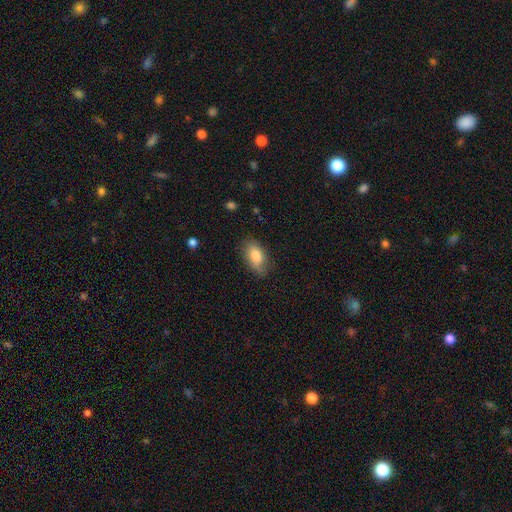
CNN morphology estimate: smooth-or-featured: smooth: 81% | featured or disk: 13% | star or artifact: 7%
  how-rounded: in between: 91% | round: 5% | cigar-shaped: 3%
  merging: none: 78% | minor disturbance: 17% | major disturbance: 4% | merger: 1%